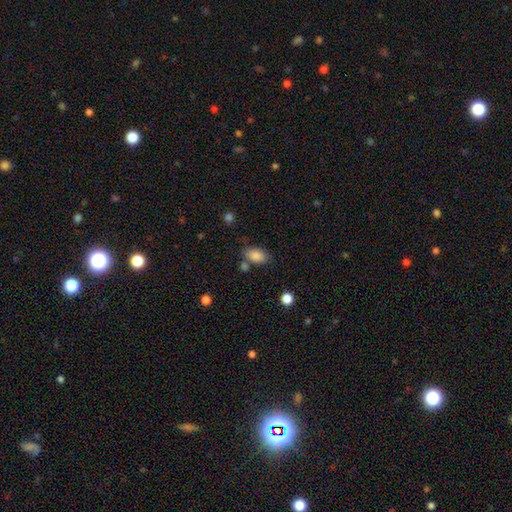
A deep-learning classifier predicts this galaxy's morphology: Q: Smooth or featured?
A: smooth (86%); runner-up: star or artifact (8%)
Q: How rounded?
A: in between (89%); runner-up: round (9%)
Q: Merging?
A: none (66%); runner-up: minor disturbance (17%)